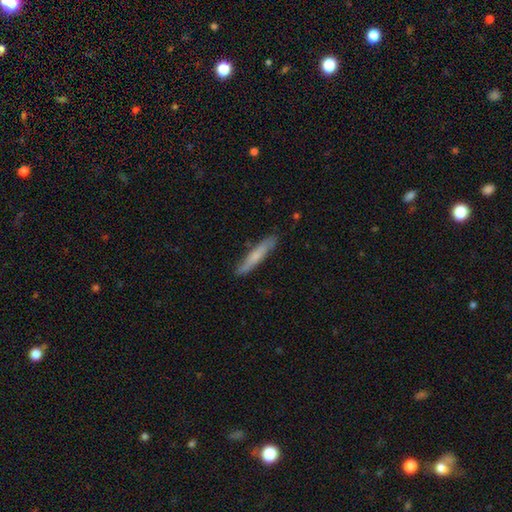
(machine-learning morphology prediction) Smooth or featured?
  - smooth: 63% *
  - featured or disk: 32%
  - star or artifact: 6%
How rounded?
  - cigar-shaped: 93% *
  - in between: 6%
  - round: 1%
Merging?
  - none: 84% *
  - minor disturbance: 13%
  - major disturbance: 2%
  - merger: 1%